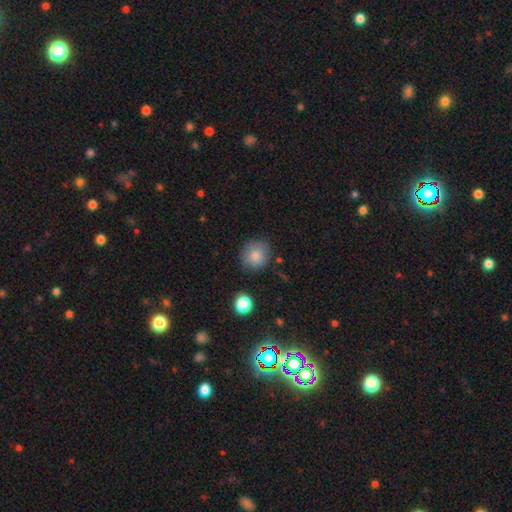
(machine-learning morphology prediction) This appears to be a smooth galaxy with no disk features (83%) that is round (85%). Merging: none (79%).